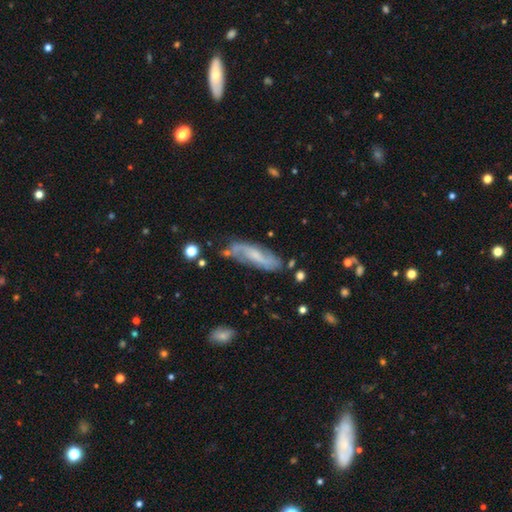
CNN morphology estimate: A featured or disk galaxy (70%) with a weak bar (44%), 2 (77%) loose (41%) spiral arms (91%) and a small central bulge (52%).

Vote fractions:
- Smooth or featured? featured or disk: 70% / smooth: 22% / star or artifact: 8%
- Edge-on disk? no: 83% / yes: 17%
- Bar? weak: 44% / no: 41% / strong: 14%
- Spiral arms? yes: 91% / no: 9%
- Spiral winding? loose: 41% / medium: 39% / tight: 19%
- Spiral arm count? 2: 77% / can't tell: 14% / 3: 3% / 1: 3% / 4: 1% / more than 4: 1%
- Bulge size? small: 52% / moderate: 26% / none: 18% / large: 3% / dominant: 1%
- Merging? none: 67% / minor disturbance: 21% / major disturbance: 7% / merger: 5%